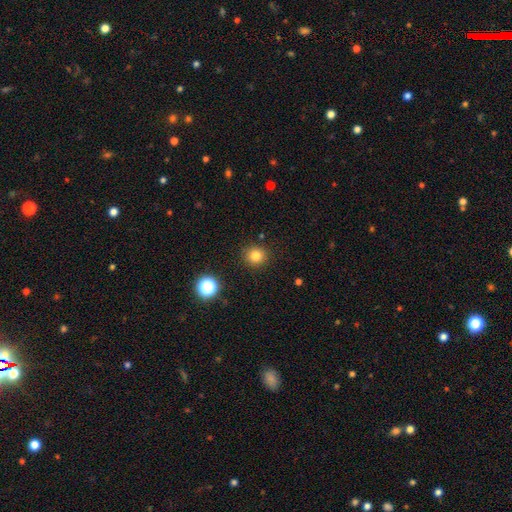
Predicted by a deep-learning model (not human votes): This appears to be a smooth galaxy with no disk features (81%) that is round (92%). Merging: none (90%).